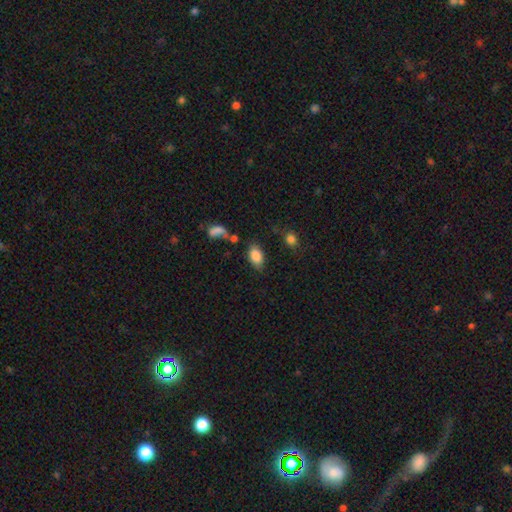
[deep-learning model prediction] This is clearly a smooth galaxy (85%). How rounded: clearly in between (91%). Merging: likely none (72%).